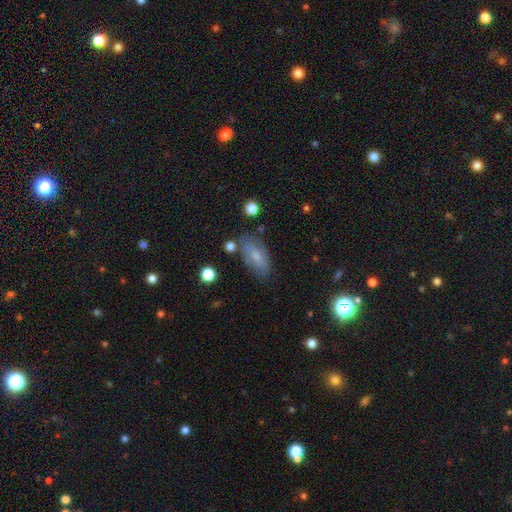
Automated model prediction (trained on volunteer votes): The model was most divided on "smooth or featured": smooth: 66%, featured or disk: 26%, star or artifact: 8%. More confident: how rounded — in between (85%); merging — none (73%).